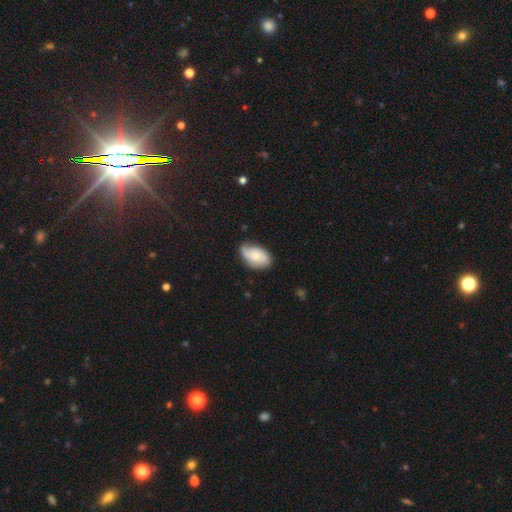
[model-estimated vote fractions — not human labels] The model was most divided on "smooth or featured": smooth: 48%, featured or disk: 46%, star or artifact: 7%. More confident: merging — none (60%).